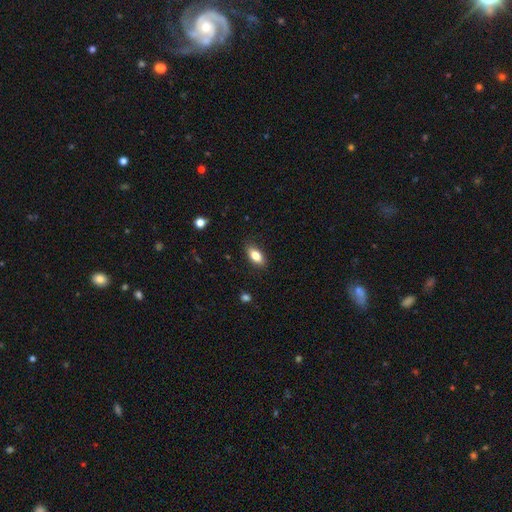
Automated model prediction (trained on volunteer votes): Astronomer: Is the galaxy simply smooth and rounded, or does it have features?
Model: smooth — 83%.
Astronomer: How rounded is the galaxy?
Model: in between — 87%.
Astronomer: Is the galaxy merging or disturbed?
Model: none — 85%.